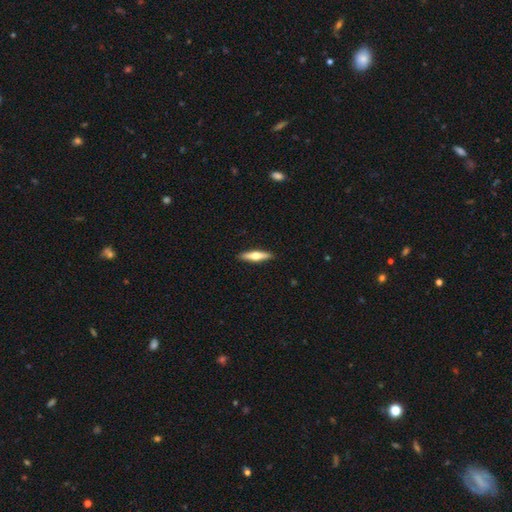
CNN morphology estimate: A smooth galaxy with no disk features (48%).

Vote fractions:
- Smooth or featured? smooth: 48% / featured or disk: 47% / star or artifact: 5%
- Merging? none: 91% / minor disturbance: 6% / major disturbance: 1% / merger: 1%